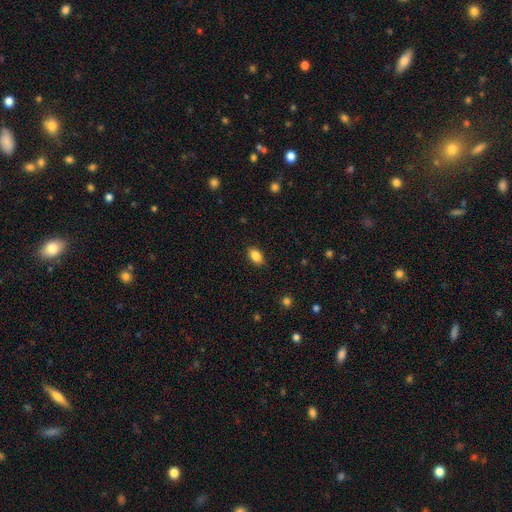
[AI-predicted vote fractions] Smooth or featured? smooth (86%)
How rounded? in between (87%)
Merging? none (86%)